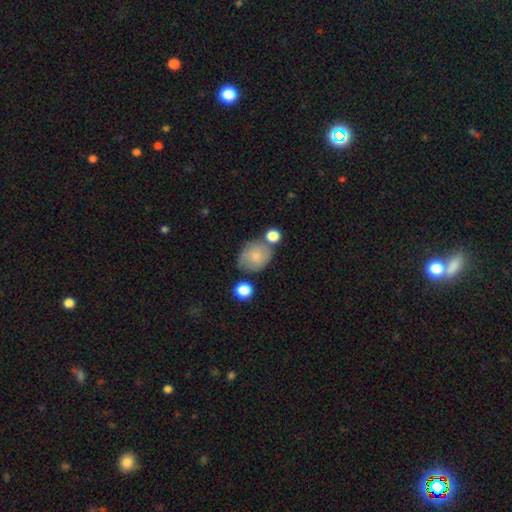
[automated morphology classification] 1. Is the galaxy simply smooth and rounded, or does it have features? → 74% smooth, 18% featured or disk, 8% star or artifact.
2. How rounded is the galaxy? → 57% round, 42% in between, 1% cigar-shaped.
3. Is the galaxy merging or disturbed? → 57% none, 22% minor disturbance, 14% merger, 7% major disturbance.